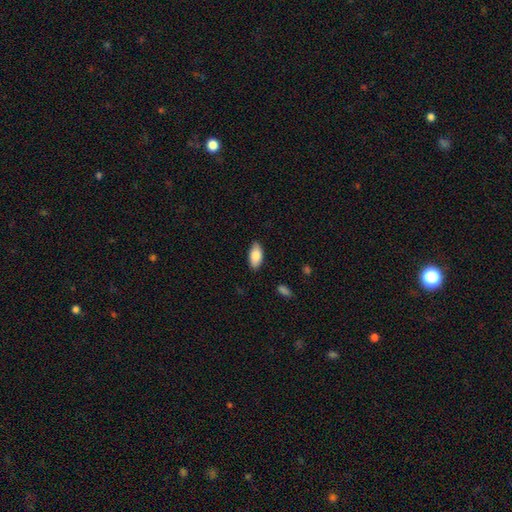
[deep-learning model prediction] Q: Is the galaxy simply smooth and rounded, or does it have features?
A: smooth — 85%.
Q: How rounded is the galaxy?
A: in between — 92%.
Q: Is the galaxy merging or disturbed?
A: none — 86%.